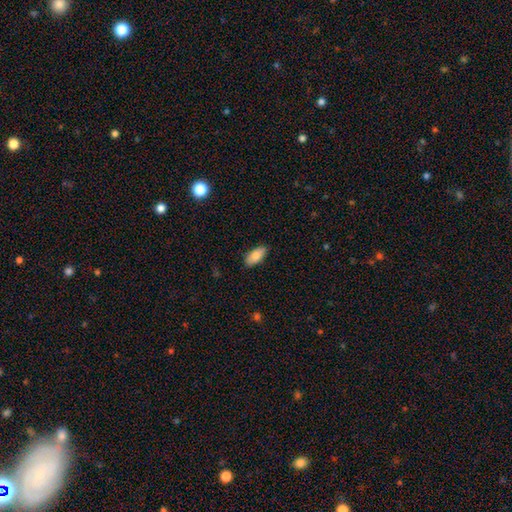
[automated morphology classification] This appears to be a smooth galaxy with no disk features (83%) that is in between round and cigar-shaped (88%). Merging: none (86%).